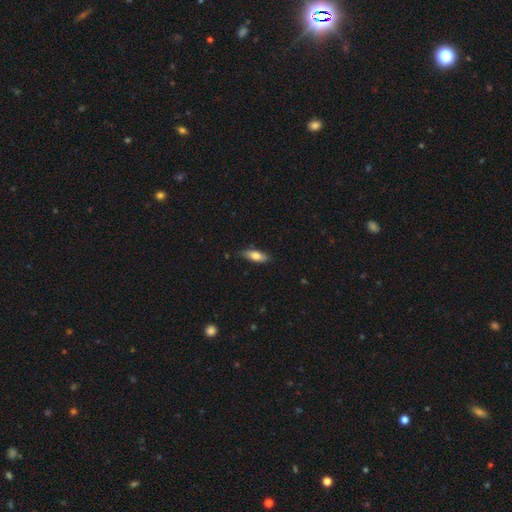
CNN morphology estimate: This is likely a smooth galaxy (75%). How rounded: likely in between (70%). Merging: clearly none (81%).